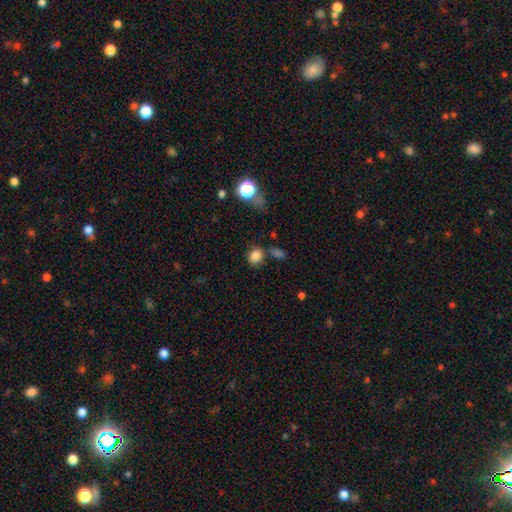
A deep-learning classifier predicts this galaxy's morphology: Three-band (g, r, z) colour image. It shows a smooth galaxy with no disk features (82%) that is round (51%). Merging: none (70%).